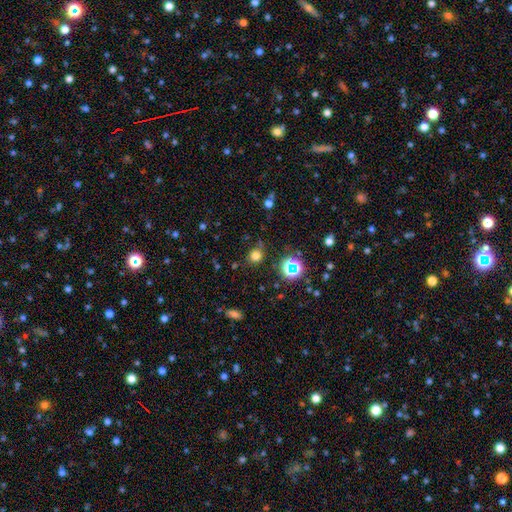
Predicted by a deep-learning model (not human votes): Overall: smooth (73%). How rounded: round (85%). Merging: none (79%).